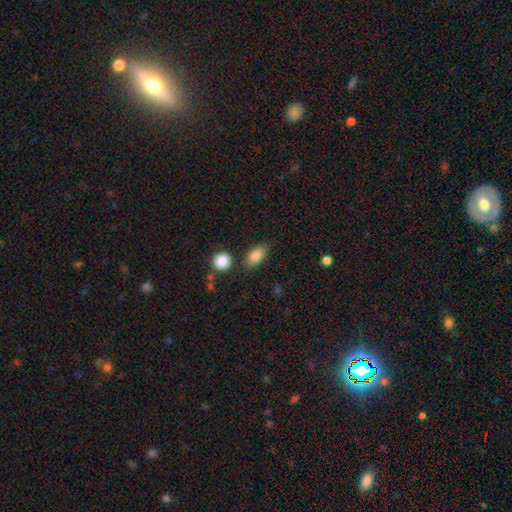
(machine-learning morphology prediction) smooth 84%, star or artifact 8%, featured or disk 8%. Down the decision tree: how rounded — in between (84%); merging — none (77%).